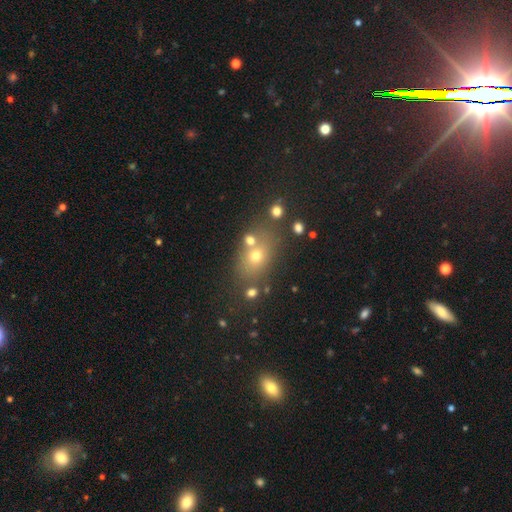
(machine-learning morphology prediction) type=smooth (62%); roundness=in between (63%); merging=none (63%).